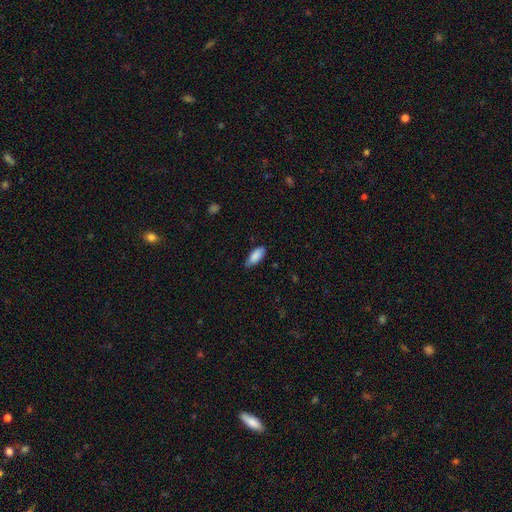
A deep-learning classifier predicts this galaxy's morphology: Smooth or featured? smooth (87%)
How rounded? in between (84%)
Merging? none (73%)